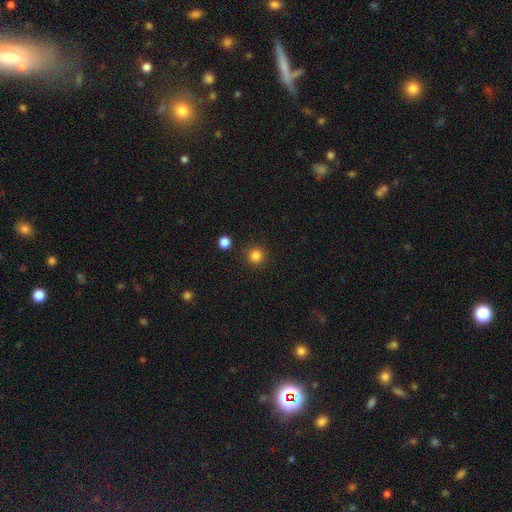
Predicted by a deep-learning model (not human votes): smooth_or_featured: smooth (p=0.83) [alt: star or artifact p=0.13]
how_rounded: round (p=0.95) [alt: in between p=0.04]
merging: none (p=0.90) [alt: minor disturbance p=0.05]